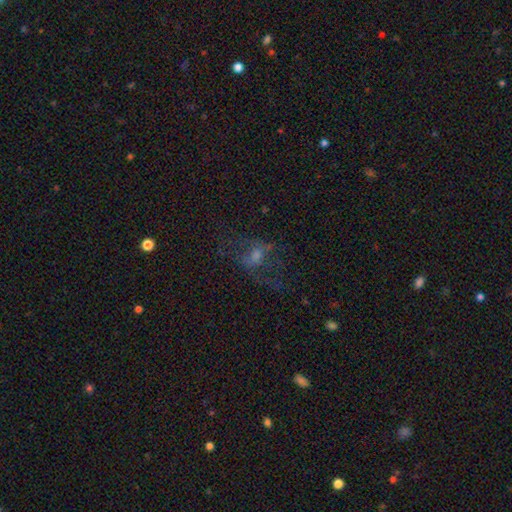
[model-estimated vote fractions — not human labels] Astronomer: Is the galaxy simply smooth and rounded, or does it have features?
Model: featured or disk — 46% (runner-up: smooth, 31%).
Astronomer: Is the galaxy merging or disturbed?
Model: none — 49% (runner-up: major disturbance, 32%).